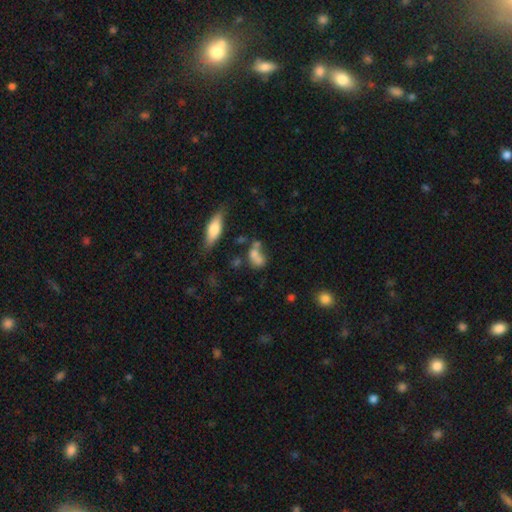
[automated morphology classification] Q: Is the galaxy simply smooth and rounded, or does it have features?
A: smooth — 68%.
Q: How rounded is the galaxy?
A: in between — 73%.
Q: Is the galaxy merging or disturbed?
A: merger — 37%.